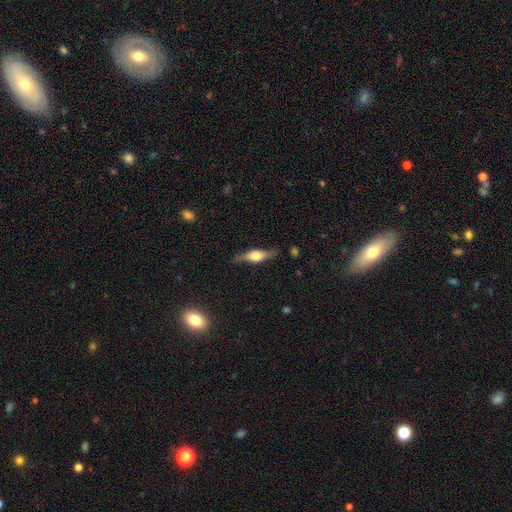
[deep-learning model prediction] Overall: featured or disk (60%; smooth 33%). Edge-on disk: yes (90%). Edge-on bulge: rounded (88%). Merging: none (77%).